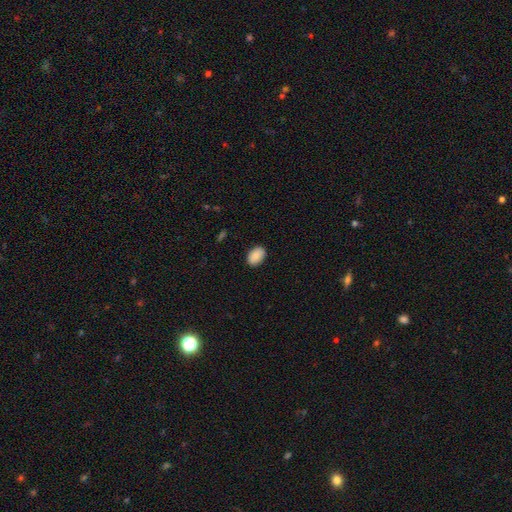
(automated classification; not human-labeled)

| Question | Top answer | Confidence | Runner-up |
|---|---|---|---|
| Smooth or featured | smooth | 90% | star or artifact (7%) |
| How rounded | in between | 87% | round (11%) |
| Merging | none | 88% | minor disturbance (9%) |